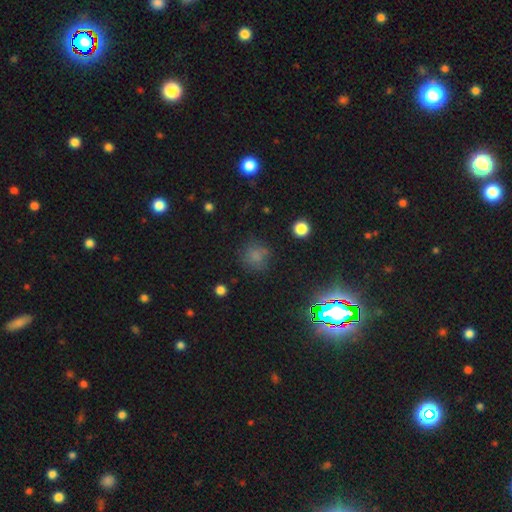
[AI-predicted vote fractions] smooth_or_featured: smooth (p=0.70) [alt: star or artifact p=0.21]
how_rounded: round (p=0.87) [alt: in between p=0.12]
merging: none (p=0.73) [alt: minor disturbance p=0.16]